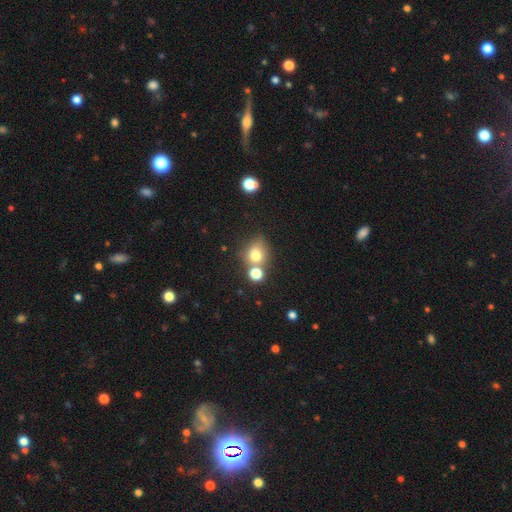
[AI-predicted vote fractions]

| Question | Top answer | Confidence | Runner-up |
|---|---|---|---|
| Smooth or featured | smooth | 74% | star or artifact (15%) |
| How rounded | round | 69% | in between (30%) |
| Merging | none | 51% | merger (29%) |